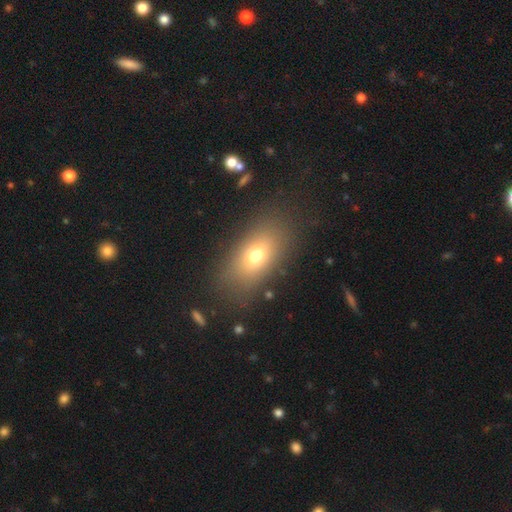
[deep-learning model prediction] smooth 71%, featured or disk 17%, star or artifact 12%. Down the decision tree: how rounded — in between (84%); merging — none (80%).